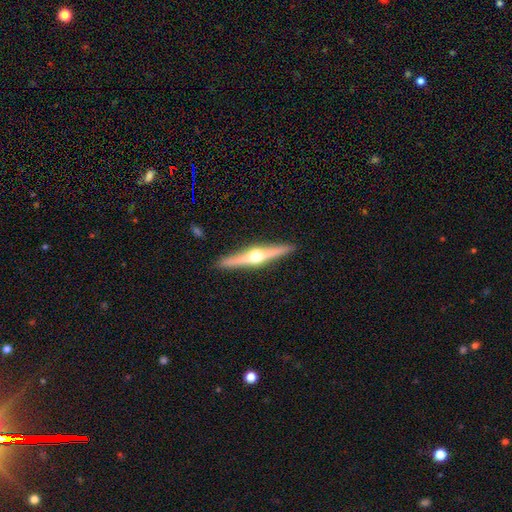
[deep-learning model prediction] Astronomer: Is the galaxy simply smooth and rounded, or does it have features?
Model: featured or disk — 79%.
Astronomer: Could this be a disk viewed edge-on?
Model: yes — 98%.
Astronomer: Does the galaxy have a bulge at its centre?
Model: rounded — 96%.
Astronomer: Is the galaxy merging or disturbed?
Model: none — 92%.